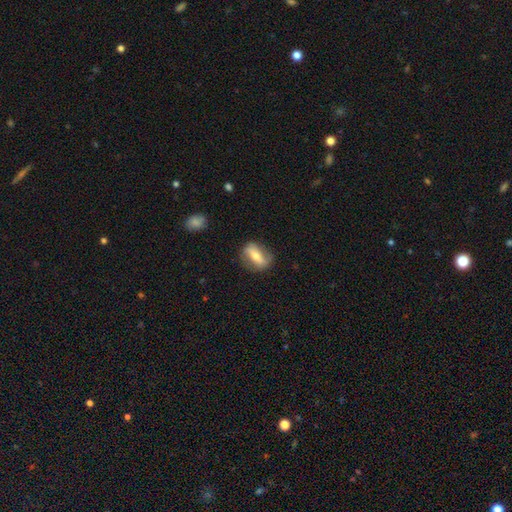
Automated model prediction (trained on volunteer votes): smooth 47%, featured or disk 46%, star or artifact 7%. Down the decision tree: merging — none (75%).